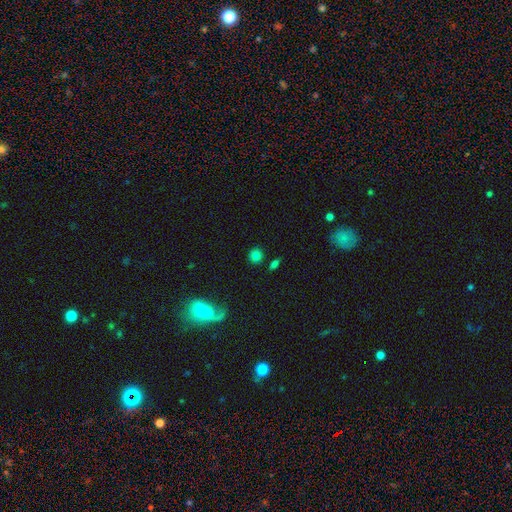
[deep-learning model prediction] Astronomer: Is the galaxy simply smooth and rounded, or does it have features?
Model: smooth — 78%.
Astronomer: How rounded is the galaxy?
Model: round — 84%.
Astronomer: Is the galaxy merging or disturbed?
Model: none — 81%.